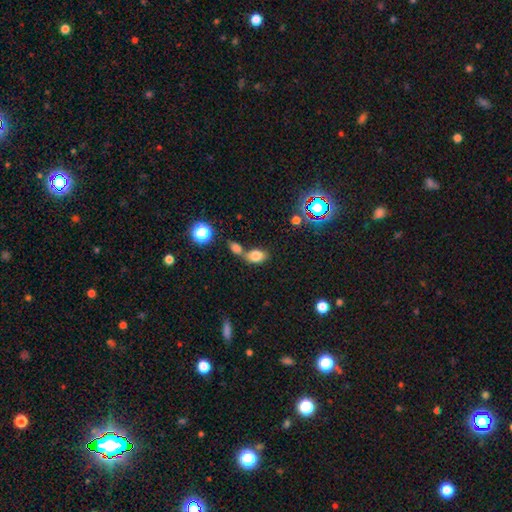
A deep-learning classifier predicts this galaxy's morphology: smooth-or-featured: smooth: 79% | star or artifact: 12% | featured or disk: 9%
  how-rounded: in between: 81% | round: 17% | cigar-shaped: 2%
  merging: merger: 44% | none: 41% | minor disturbance: 11% | major disturbance: 4%